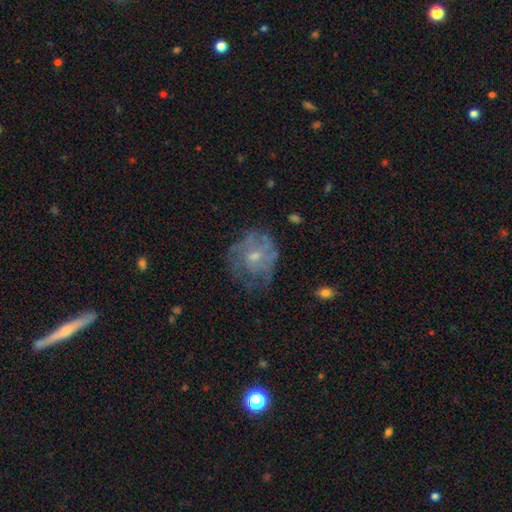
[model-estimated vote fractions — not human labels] Morphology: type=featured or disk (58%); edge-on=no (97%); bar=no (73%); spiral arms=no (59%); bulge=small (53%); merging=none (51%).